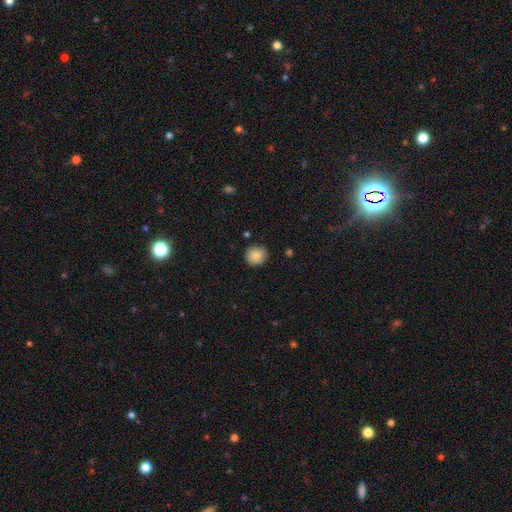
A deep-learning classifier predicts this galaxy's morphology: This appears to be a smooth galaxy with no disk features (87%) that is round (83%). Merging: none (86%).